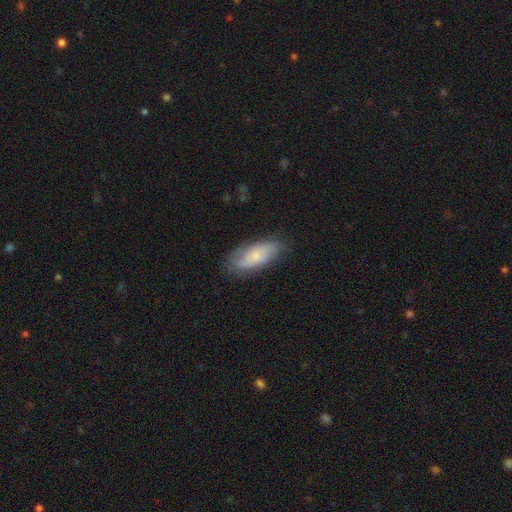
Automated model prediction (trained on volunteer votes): Morphology: type=smooth (53%); roundness=in between (79%); merging=none (73%).